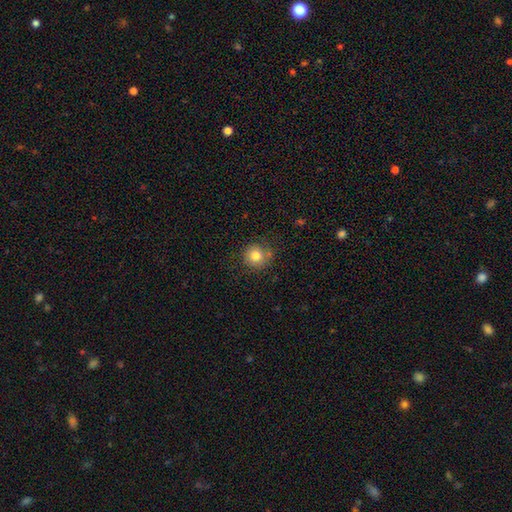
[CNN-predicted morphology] Smooth or featured? smooth (80%)
How rounded? round (92%)
Merging? none (76%)